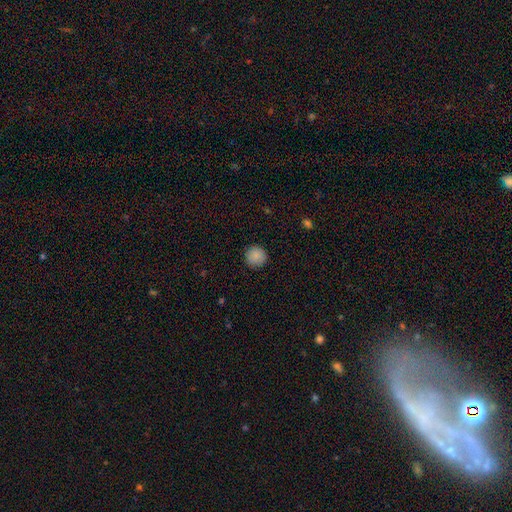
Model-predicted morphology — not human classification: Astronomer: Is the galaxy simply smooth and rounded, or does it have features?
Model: smooth — 88%.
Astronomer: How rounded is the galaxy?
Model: round — 94%.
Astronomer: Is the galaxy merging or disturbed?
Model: none — 91%.